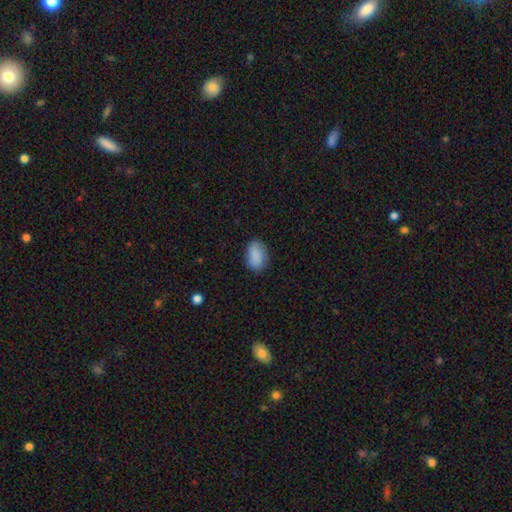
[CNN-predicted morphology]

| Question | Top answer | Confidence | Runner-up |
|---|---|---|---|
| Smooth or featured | smooth | 89% | star or artifact (7%) |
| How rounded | in between | 90% | round (8%) |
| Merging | none | 83% | minor disturbance (13%) |